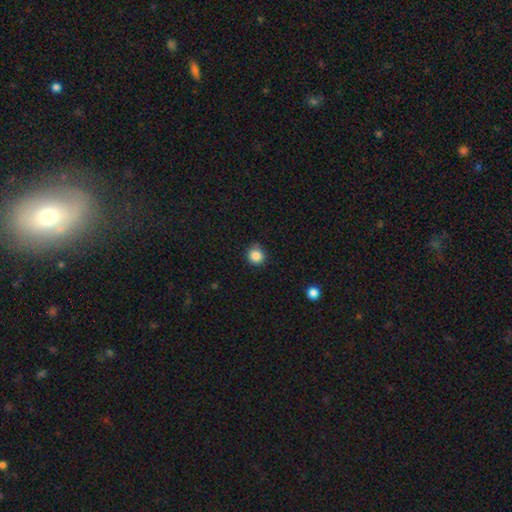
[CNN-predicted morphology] A smooth galaxy with no disk features (85%) that is round (92%). Merging: none (86%).